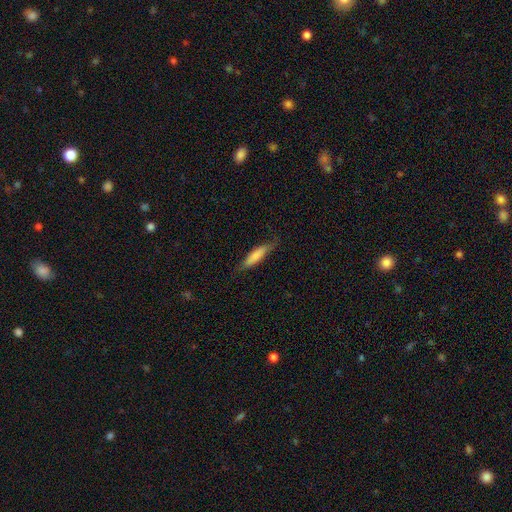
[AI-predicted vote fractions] This is likely a smooth galaxy (73%). How rounded: likely cigar-shaped (76%). Merging: likely none (71%).